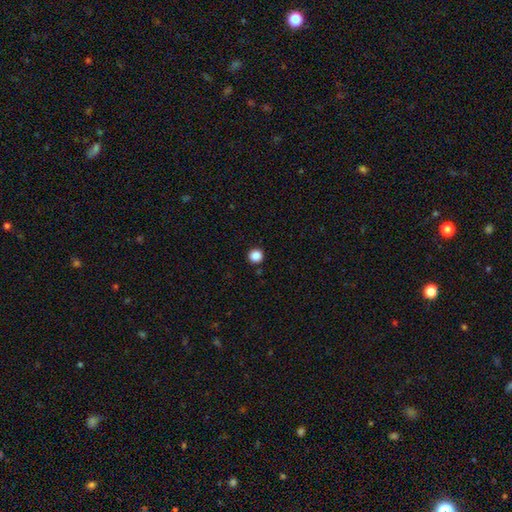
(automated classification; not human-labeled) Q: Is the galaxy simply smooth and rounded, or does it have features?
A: smooth — 87%.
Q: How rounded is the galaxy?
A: round — 95%.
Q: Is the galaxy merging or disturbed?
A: none — 92%.